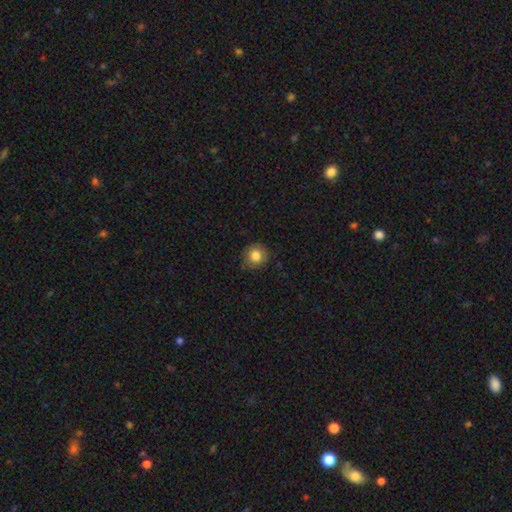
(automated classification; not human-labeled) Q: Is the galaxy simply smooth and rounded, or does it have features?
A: smooth — 82%.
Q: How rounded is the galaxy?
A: round — 89%.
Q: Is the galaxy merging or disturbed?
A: none — 84%.